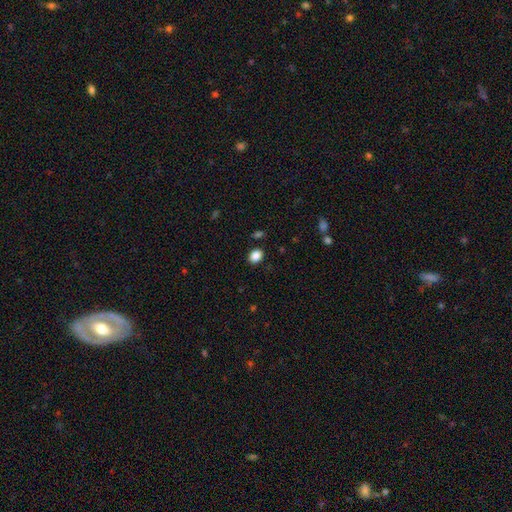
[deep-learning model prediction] This appears to be a smooth galaxy with no disk features (87%) that is in between round and cigar-shaped (59%). Merging: none (87%).